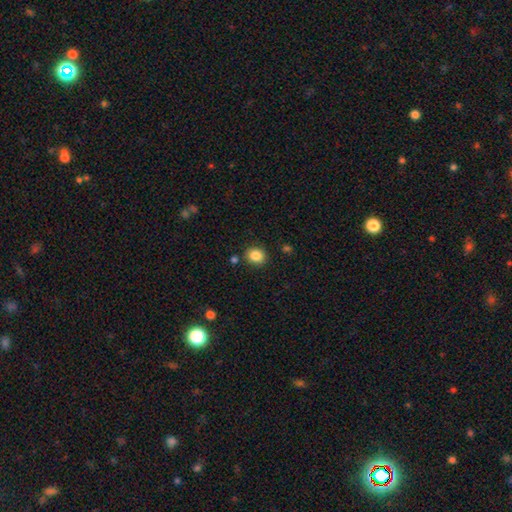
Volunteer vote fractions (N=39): Smooth or featured?
  - smooth: 90% *
  - featured or disk: 5%
  - star or artifact: 5%
How rounded?
  - round: 69% *
  - in between: 31%
  - cigar-shaped: 0%
Merging?
  - none: 89% *
  - major disturbance: 5%
  - minor disturbance: 3%
  - merger: 3%